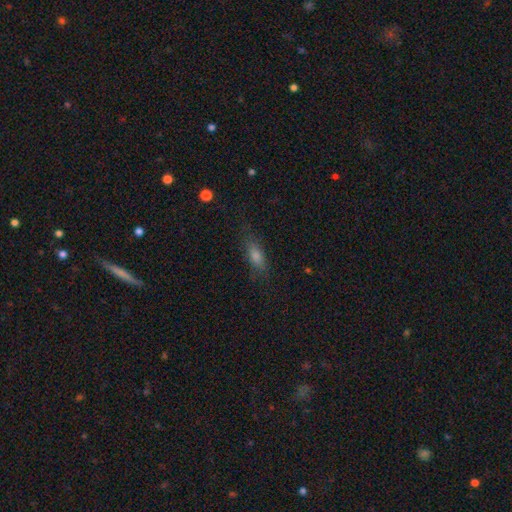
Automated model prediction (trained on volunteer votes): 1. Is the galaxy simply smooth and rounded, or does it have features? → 64% smooth, 23% featured or disk, 13% star or artifact.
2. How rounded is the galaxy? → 55% in between, 41% cigar-shaped, 5% round.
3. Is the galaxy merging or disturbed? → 78% none, 16% minor disturbance, 5% major disturbance, 1% merger.